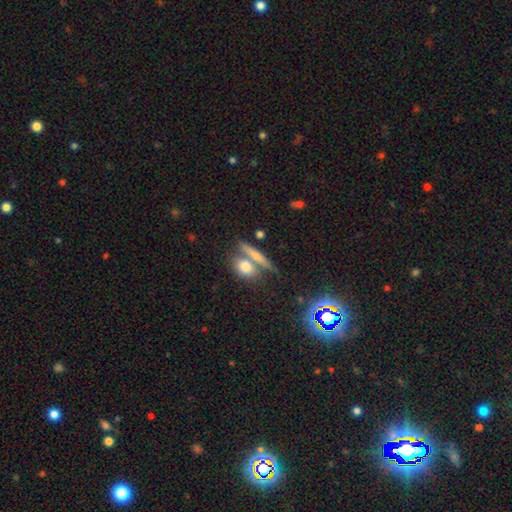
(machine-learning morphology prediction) Smooth or featured: smooth — 69% (featured or disk — 22%)
How rounded: cigar-shaped — 46% (in between — 31%)
Merging: none — 57% (merger — 28%)